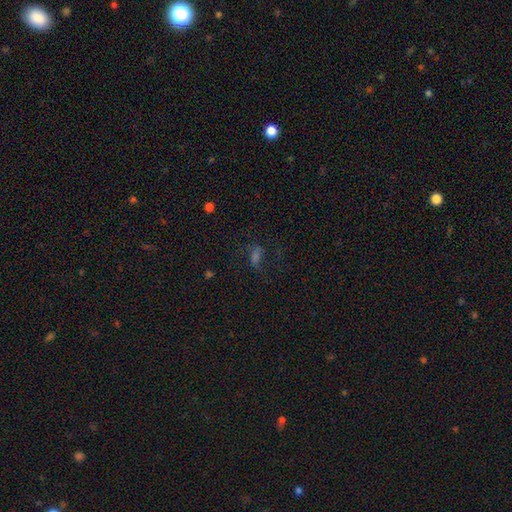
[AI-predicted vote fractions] This appears to be a smooth galaxy with no disk features (42%). Merging: none (62%).